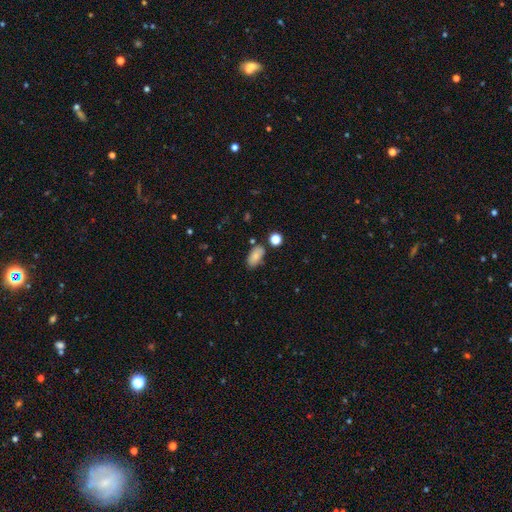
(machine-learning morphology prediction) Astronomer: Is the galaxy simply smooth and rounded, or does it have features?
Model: smooth — 79%.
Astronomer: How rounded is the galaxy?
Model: in between — 91%.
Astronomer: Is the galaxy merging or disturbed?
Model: none — 74%.